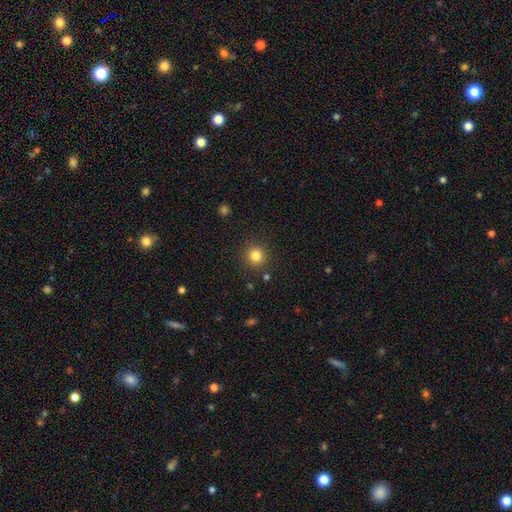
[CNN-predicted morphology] smooth_or_featured: smooth (p=0.83) [alt: star or artifact p=0.12]
how_rounded: round (p=0.94) [alt: in between p=0.06]
merging: none (p=0.89) [alt: minor disturbance p=0.06]